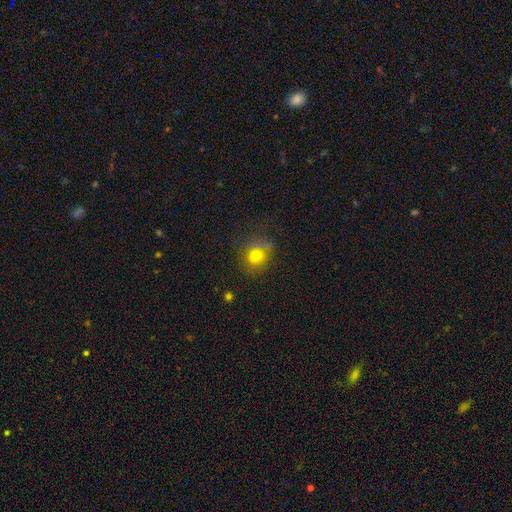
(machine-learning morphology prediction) smooth-or-featured: smooth: 68% | star or artifact: 20% | featured or disk: 12%
  how-rounded: round: 68% | in between: 30% | cigar-shaped: 2%
  merging: none: 70% | minor disturbance: 18% | major disturbance: 8% | merger: 4%